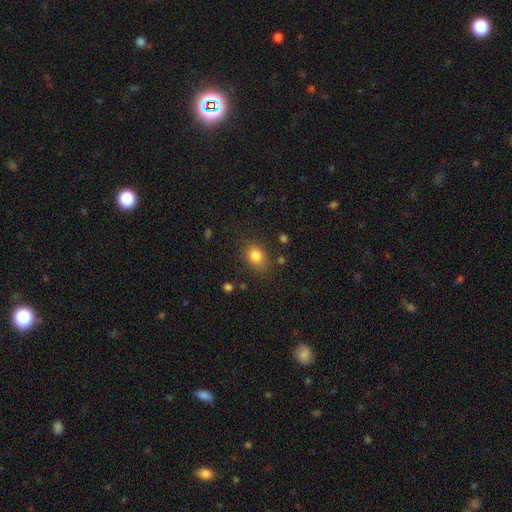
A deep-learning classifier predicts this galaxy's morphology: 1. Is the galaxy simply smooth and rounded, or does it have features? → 83% smooth, 11% star or artifact, 7% featured or disk.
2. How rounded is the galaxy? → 54% in between, 45% round, 1% cigar-shaped.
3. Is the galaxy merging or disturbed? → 80% none, 13% minor disturbance, 5% major disturbance, 2% merger.